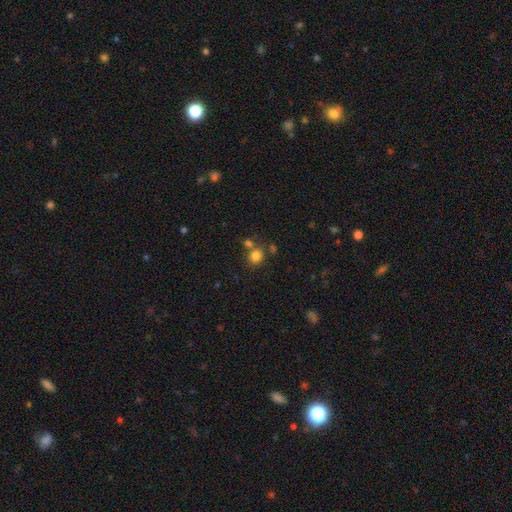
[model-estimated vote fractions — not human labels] smooth-or-featured: smooth: 81% | star or artifact: 13% | featured or disk: 6%
  how-rounded: round: 81% | in between: 18% | cigar-shaped: 1%
  merging: none: 64% | merger: 23% | minor disturbance: 9% | major disturbance: 4%